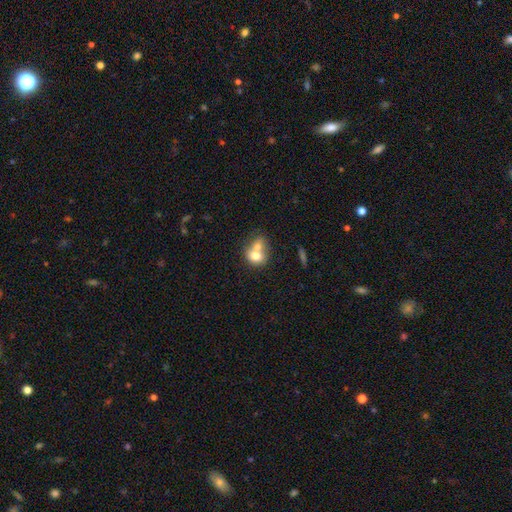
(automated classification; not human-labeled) A smooth galaxy with no disk features (72%) that is round (53%).

Vote fractions:
- Smooth or featured? smooth: 72% / featured or disk: 19% / star or artifact: 9%
- How rounded? round: 53% / in between: 46% / cigar-shaped: 1%
- Merging? merger: 65% / none: 23% / minor disturbance: 7% / major disturbance: 4%